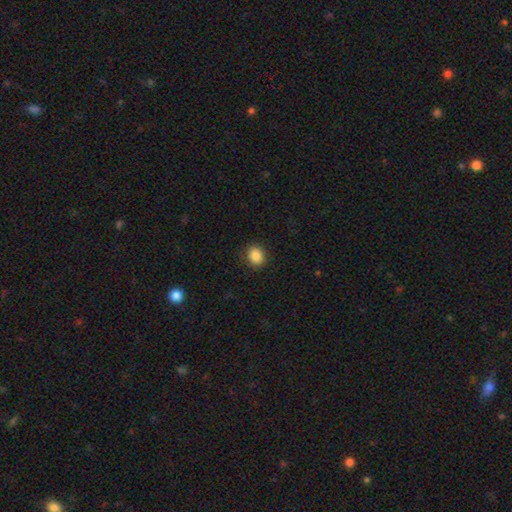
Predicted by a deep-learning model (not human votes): Q: Smooth or featured?
A: smooth (86%); runner-up: star or artifact (10%)
Q: How rounded?
A: round (72%); runner-up: in between (27%)
Q: Merging?
A: none (88%); runner-up: minor disturbance (8%)